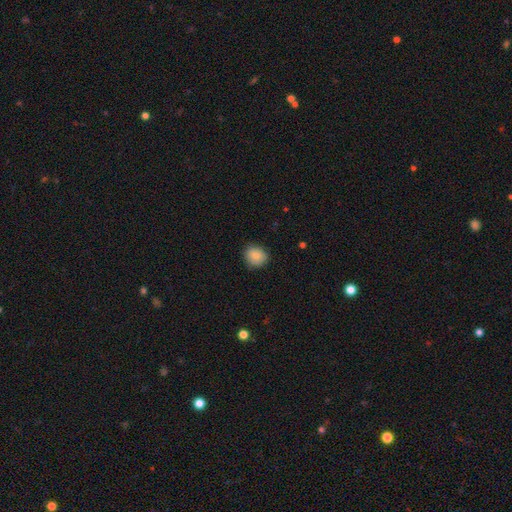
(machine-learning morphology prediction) A smooth galaxy with no disk features (82%) that is round (74%).

Vote fractions:
- Smooth or featured? smooth: 82% / featured or disk: 9% / star or artifact: 8%
- How rounded? round: 74% / in between: 25% / cigar-shaped: 1%
- Merging? none: 84% / minor disturbance: 13% / major disturbance: 3% / merger: 1%